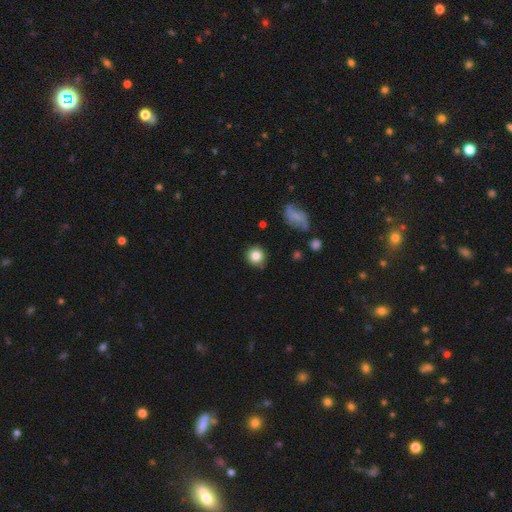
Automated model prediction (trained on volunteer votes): A smooth galaxy with no disk features (83%) that is round (90%). Merging: none (85%).